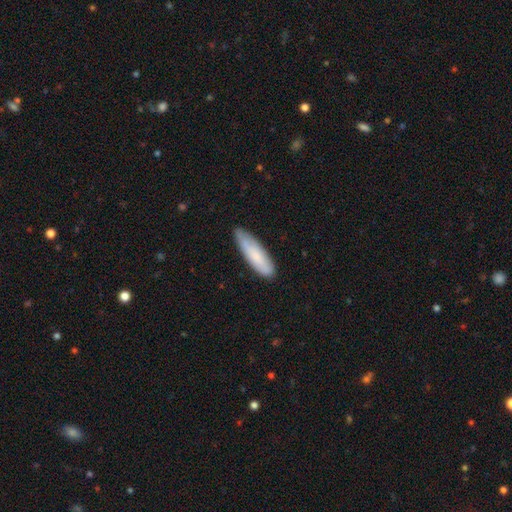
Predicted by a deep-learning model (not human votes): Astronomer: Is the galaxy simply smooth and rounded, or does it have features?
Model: smooth — 77%.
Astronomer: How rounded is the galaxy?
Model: cigar-shaped — 63%.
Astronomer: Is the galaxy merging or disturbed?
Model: none — 78%.